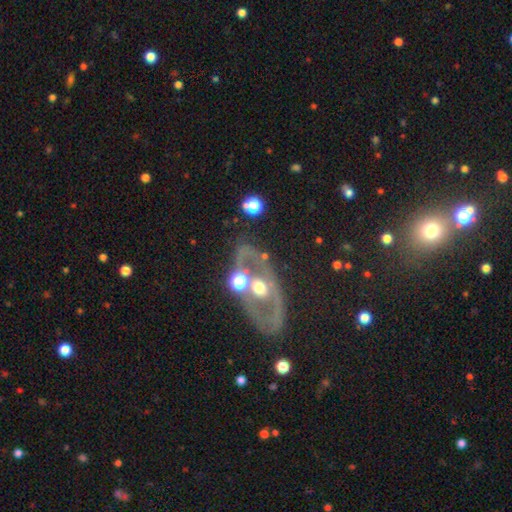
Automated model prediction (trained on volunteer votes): A featured or disk galaxy (71%) with no bar (69%), no spiral arms (58%) and a moderate central bulge (70%).

Vote fractions:
- Smooth or featured? featured or disk: 71% / smooth: 17% / star or artifact: 11%
- Edge-on disk? no: 88% / yes: 12%
- Bar? no: 69% / weak: 20% / strong: 11%
- Spiral arms? no: 58% / yes: 42%
- Bulge size? moderate: 70% / small: 17% / large: 9% / none: 2% / dominant: 2%
- Merging? none: 64% / minor disturbance: 15% / merger: 11% / major disturbance: 9%